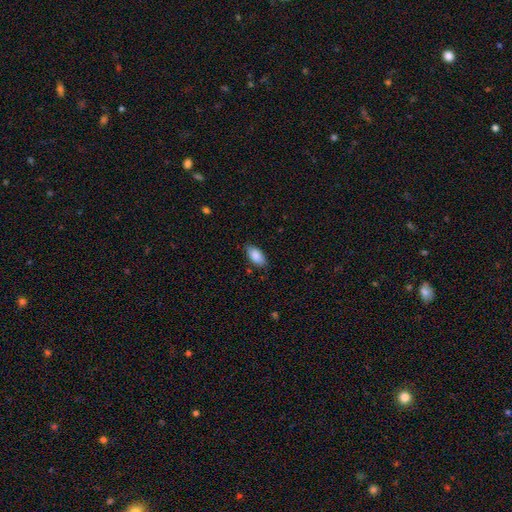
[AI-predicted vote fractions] The model was most divided on "merging": none: 83%, minor disturbance: 13%, major disturbance: 3%, merger: 1%. More confident: how rounded — in between (92%); smooth or featured — smooth (87%).